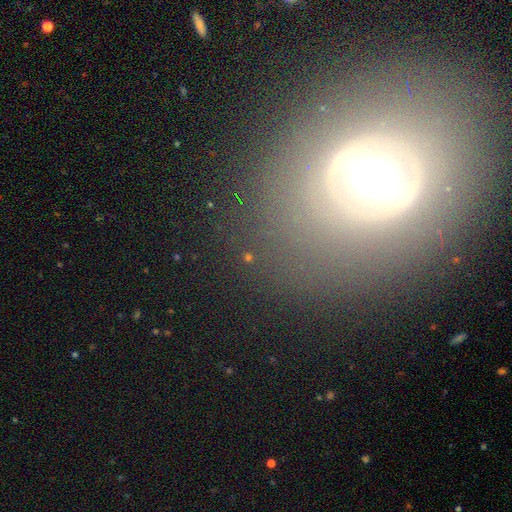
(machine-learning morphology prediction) The model was most divided on "bar": no: 44%, strong: 31%, weak: 25%. More confident: edge-on disk — no (89%); merging — none (76%); smooth or featured — featured or disk (71%); spiral arms — no (58%); bulge size — moderate (51%).